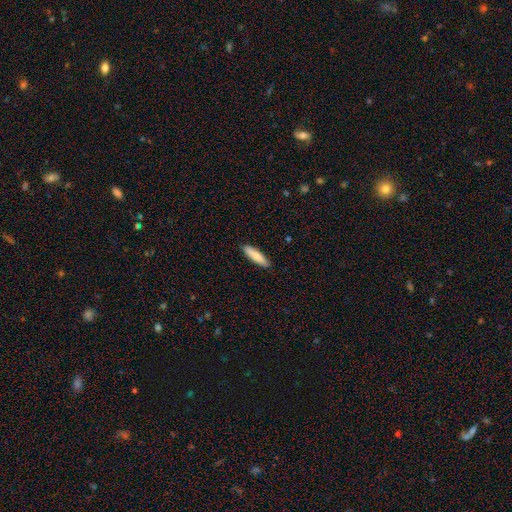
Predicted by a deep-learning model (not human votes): Q: Smooth or featured?
A: smooth (82%); runner-up: featured or disk (13%)
Q: How rounded?
A: cigar-shaped (73%); runner-up: in between (25%)
Q: Merging?
A: none (90%); runner-up: minor disturbance (7%)